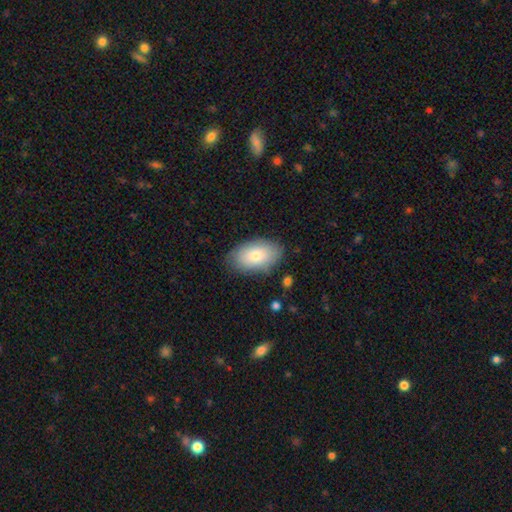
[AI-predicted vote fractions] The model was most divided on "smooth or featured": smooth: 79%, featured or disk: 15%, star or artifact: 7%. More confident: how rounded — in between (92%); merging — none (81%).